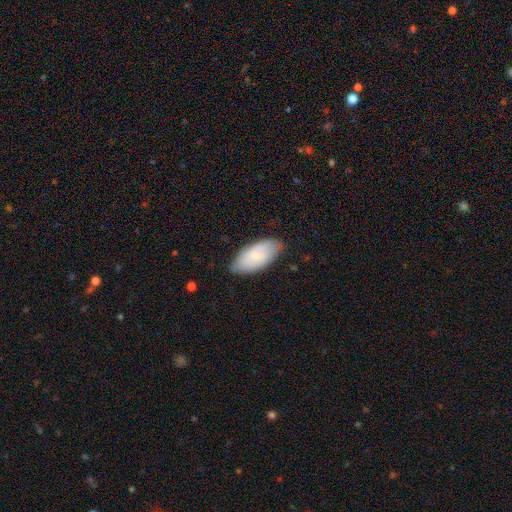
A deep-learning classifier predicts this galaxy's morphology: This appears to be a smooth galaxy with no disk features (71%) that is in between round and cigar-shaped (92%). Merging: none (79%).